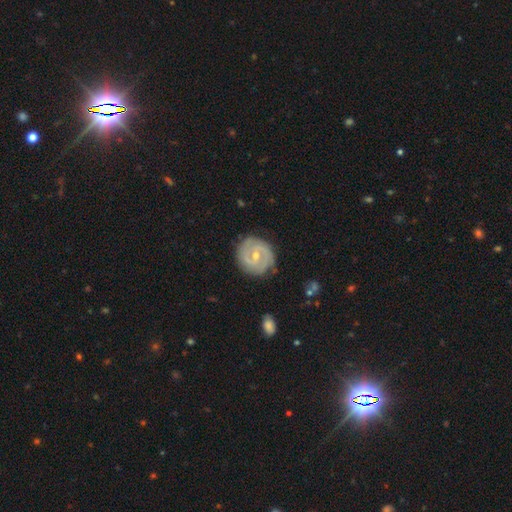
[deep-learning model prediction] smooth_or_featured: featured or disk (p=0.80) [alt: smooth p=0.15]
disk_edge_on: no (p=0.97) [alt: yes p=0.03]
bar: weak (p=0.53) [alt: no p=0.32]
has_spiral_arms: yes (p=0.91) [alt: no p=0.09]
spiral_winding: tight (p=0.57) [alt: medium p=0.34]
spiral_arm_count: 2 (p=0.75) [alt: can't tell p=0.12]
bulge_size: small (p=0.50) [alt: moderate p=0.47]
merging: none (p=0.81) [alt: minor disturbance p=0.14]